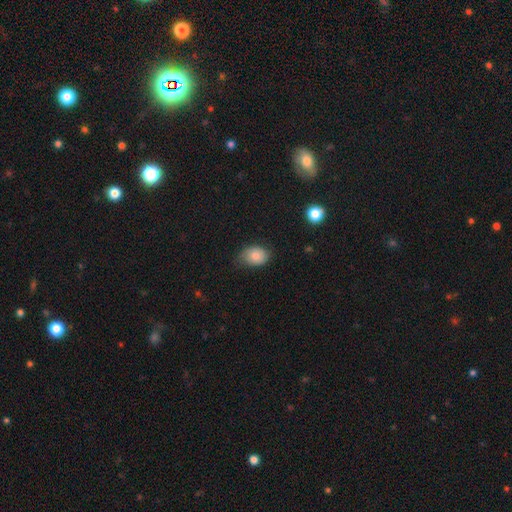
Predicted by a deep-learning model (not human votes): A smooth galaxy with no disk features (76%) that is in between round and cigar-shaped (68%).

Vote fractions:
- Smooth or featured? smooth: 76% / featured or disk: 16% / star or artifact: 8%
- How rounded? in between: 68% / round: 31% / cigar-shaped: 1%
- Merging? none: 61% / minor disturbance: 31% / major disturbance: 7% / merger: 1%